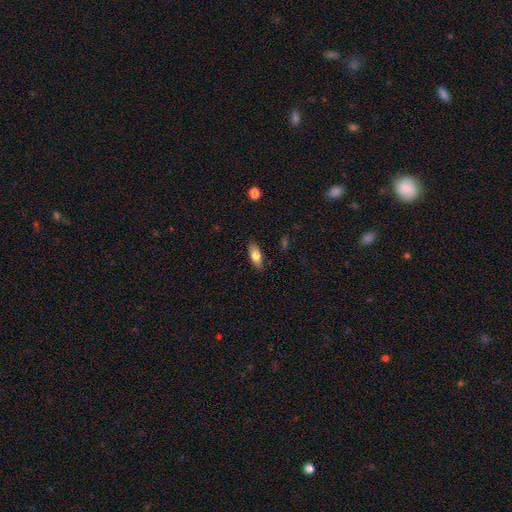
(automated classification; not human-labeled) A smooth galaxy with no disk features (76%) that is in between round and cigar-shaped (83%). Merging: none (86%).